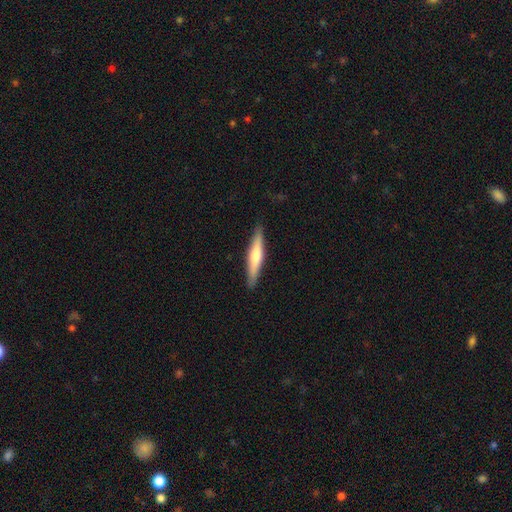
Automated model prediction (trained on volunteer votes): This appears to be a smooth galaxy with no disk features (50%) that is cigar-shaped (91%). Merging: none (90%).